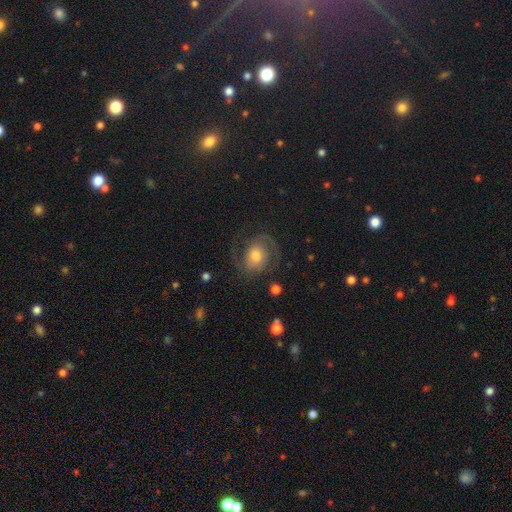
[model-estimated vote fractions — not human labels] smooth-or-featured: featured or disk: 76% | smooth: 16% | star or artifact: 8%
  disk-edge-on: no: 98% | yes: 2%
    bar: no: 66% | weak: 28% | strong: 6%
    has-spiral-arms: yes: 94% | no: 6%
      spiral-winding: medium: 48% | tight: 34% | loose: 18%
      spiral-arm-count: 2: 84% | can't tell: 6% | 3: 3% | 1: 3% | 4: 2% | more than 4: 2%
    bulge-size: moderate: 54% | large: 25% | small: 16% | dominant: 3% | none: 3%
  merging: none: 73% | minor disturbance: 14% | major disturbance: 11% | merger: 1%